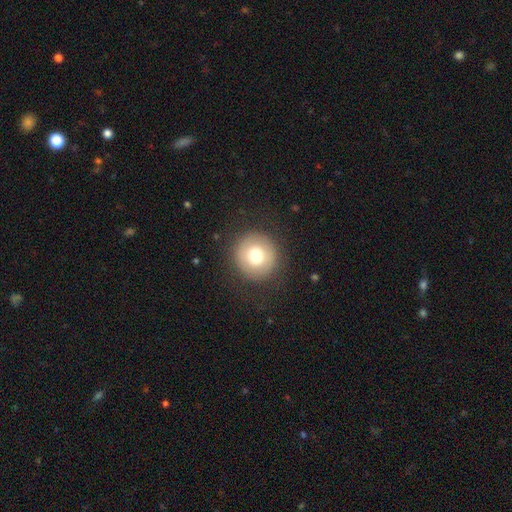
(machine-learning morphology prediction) Smooth or featured? Predicted: smooth (p=0.72). How rounded? Predicted: round (p=0.96). Merging? Predicted: none (p=0.89).